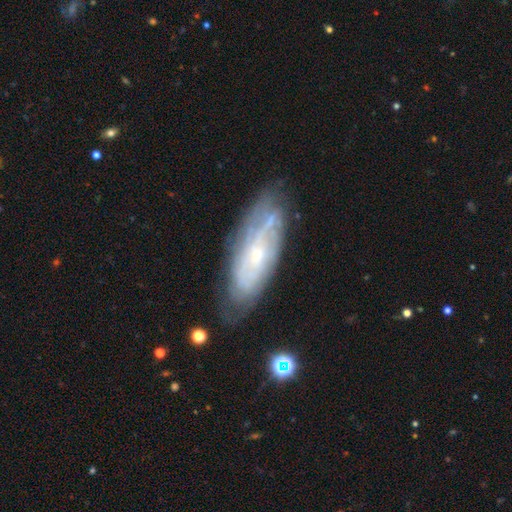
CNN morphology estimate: Smooth or featured? featured or disk (74%)
Edge-on disk? no (84%)
Bar? no (73%)
Spiral arms? yes (82%)
Spiral winding? tight (65%)
Spiral arm count? can't tell (62%)
Bulge size? small (74%)
Merging? none (70%)